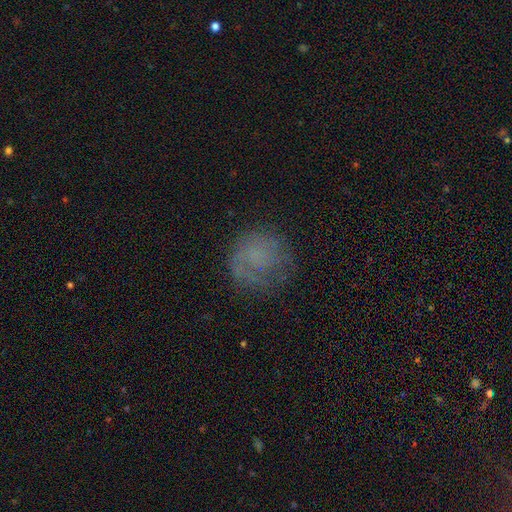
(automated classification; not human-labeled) Overall: smooth (51%; featured or disk 33%). How rounded: round (83%). Merging: none (66%).